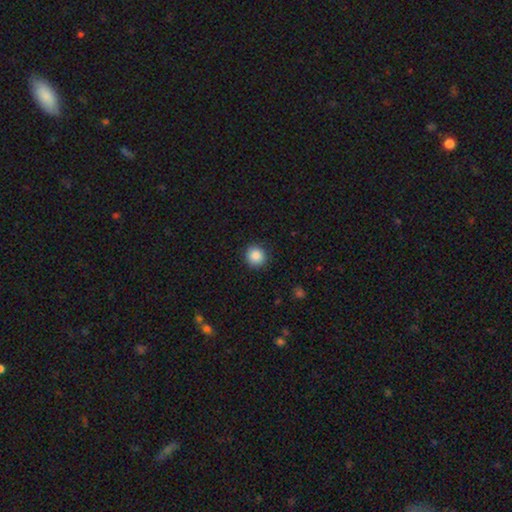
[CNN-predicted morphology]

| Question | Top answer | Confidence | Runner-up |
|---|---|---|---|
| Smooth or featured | smooth | 87% | star or artifact (9%) |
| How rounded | round | 89% | in between (10%) |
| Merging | none | 90% | minor disturbance (7%) |